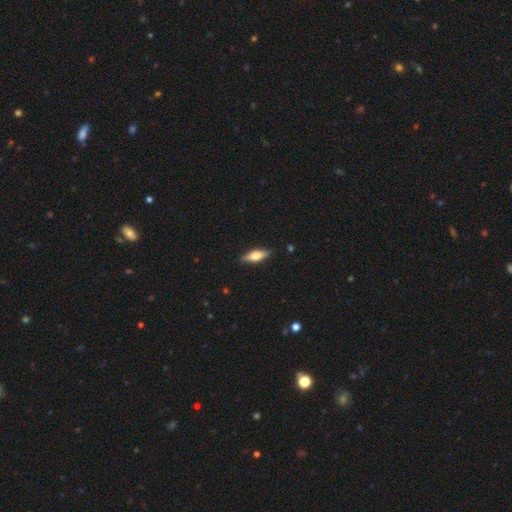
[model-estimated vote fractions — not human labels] A featured or disk galaxy (48%). Merging: none (88%).